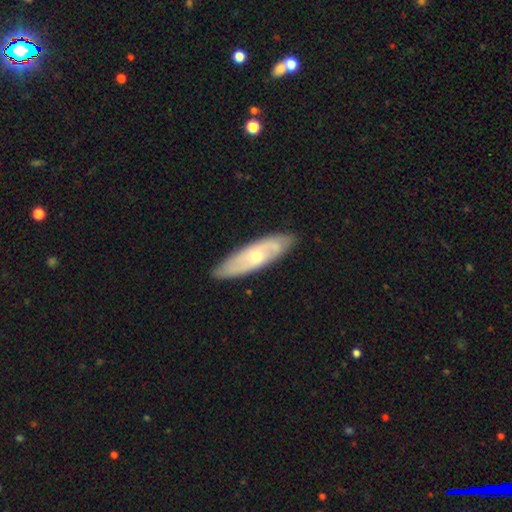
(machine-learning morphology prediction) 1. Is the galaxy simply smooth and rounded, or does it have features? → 60% featured or disk, 35% smooth, 5% star or artifact.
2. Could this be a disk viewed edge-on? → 71% no, 29% yes.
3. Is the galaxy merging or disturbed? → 83% none, 13% minor disturbance, 2% major disturbance, 1% merger.